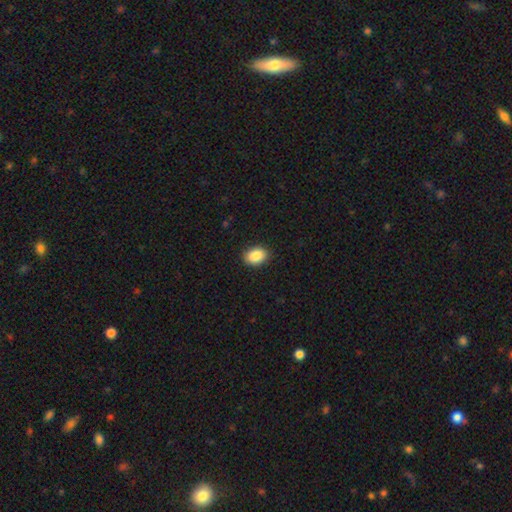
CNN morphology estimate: This appears to be a smooth galaxy with no disk features (88%) that is in between round and cigar-shaped (74%). Merging: none (89%).